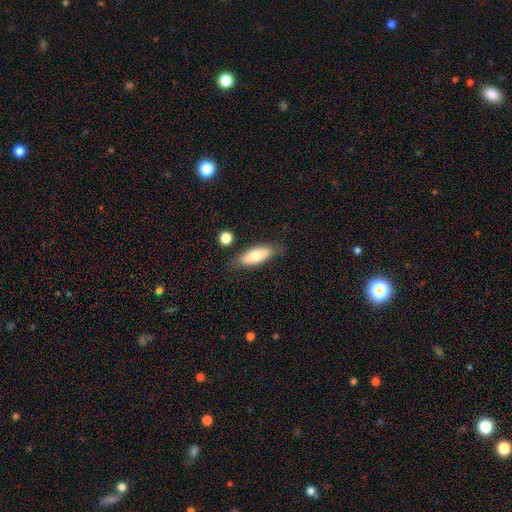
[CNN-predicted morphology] type=smooth (72%); roundness=in between (76%); merging=none (76%).